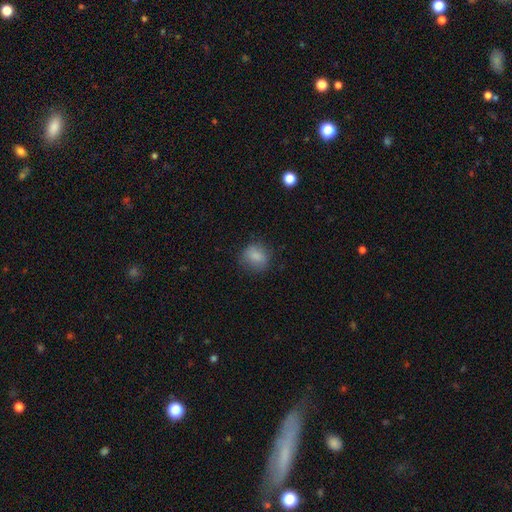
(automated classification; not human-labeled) Smooth or featured? smooth (84%)
How rounded? round (67%)
Merging? none (77%)